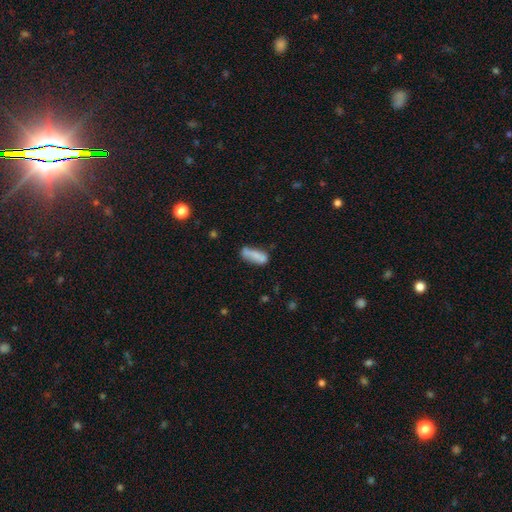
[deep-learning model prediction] Smooth or featured: smooth — 75% (featured or disk — 17%)
How rounded: in between — 58% (cigar-shaped — 40%)
Merging: none — 53% (minor disturbance — 27%)